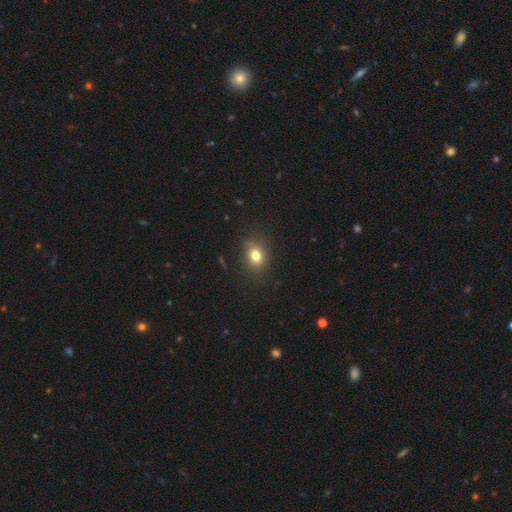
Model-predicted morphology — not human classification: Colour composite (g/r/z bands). It shows a smooth galaxy with no disk features (77%) that is in between round and cigar-shaped (58%). Merging: none (77%).